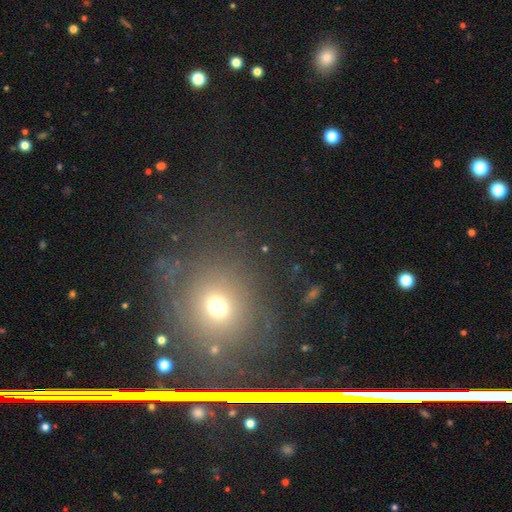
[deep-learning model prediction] This is marginally a smooth galaxy (42%). Merging: clearly none (80%).